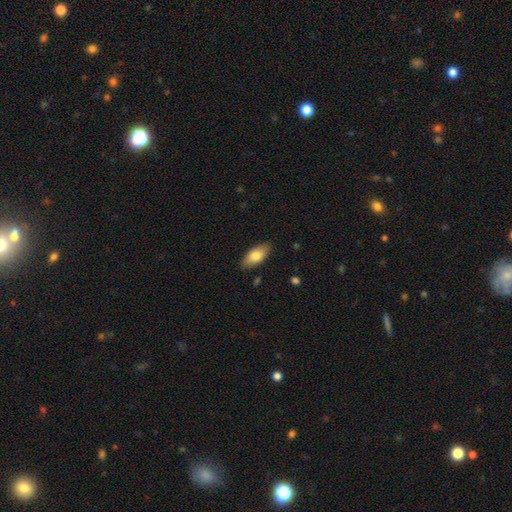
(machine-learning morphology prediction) smooth 79%, featured or disk 15%, star or artifact 6%. Down the decision tree: how rounded — in between (89%); merging — none (86%).